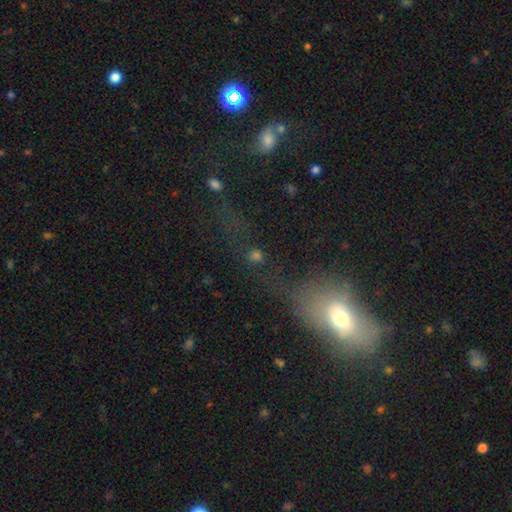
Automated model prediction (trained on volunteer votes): A smooth galaxy with no disk features (50%) that is round (66%). Merging: none (57%).